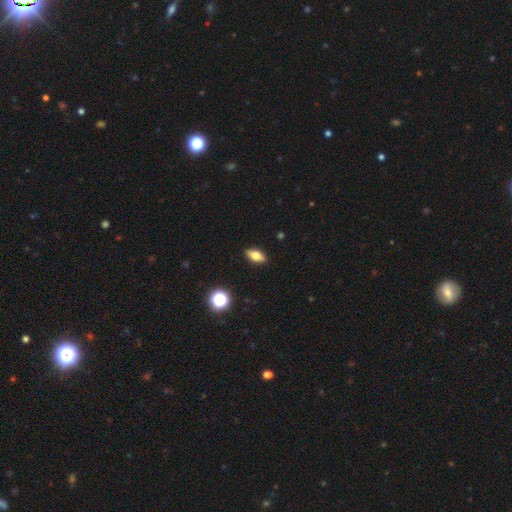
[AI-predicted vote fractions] This appears to be a smooth galaxy with no disk features (71%) that is in between round and cigar-shaped (81%). Merging: none (89%).